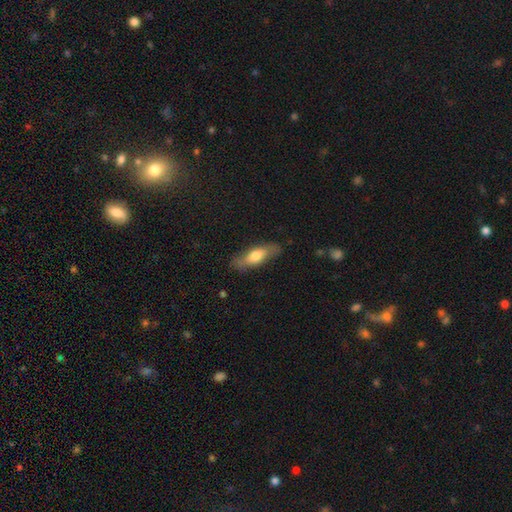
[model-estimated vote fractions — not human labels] smooth-or-featured: smooth: 61% | featured or disk: 33% | star or artifact: 6%
  how-rounded: in between: 56% | cigar-shaped: 41% | round: 3%
  merging: none: 77% | minor disturbance: 17% | major disturbance: 4% | merger: 1%